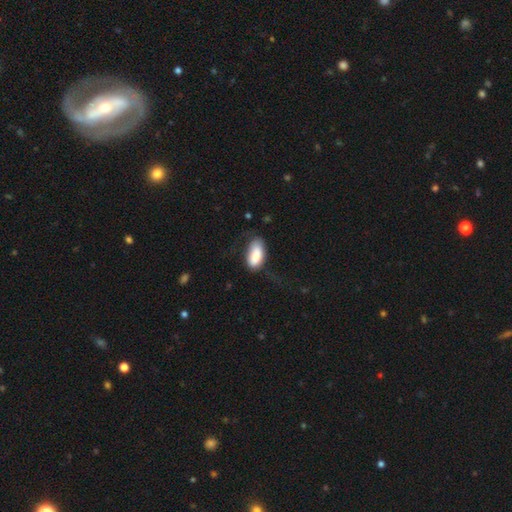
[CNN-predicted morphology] Q: Smooth or featured?
A: smooth (84%); runner-up: featured or disk (10%)
Q: How rounded?
A: in between (91%); runner-up: cigar-shaped (7%)
Q: Merging?
A: none (53%); runner-up: minor disturbance (30%)